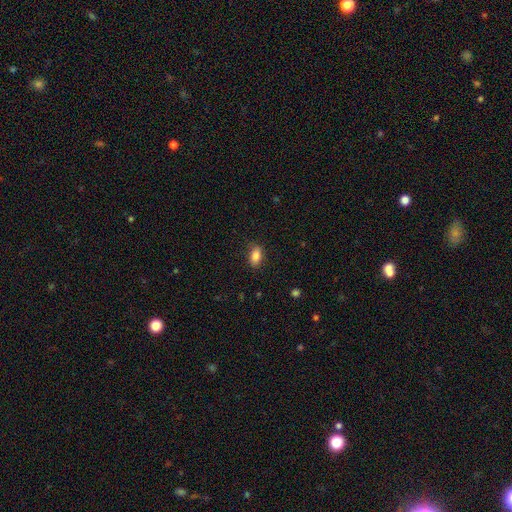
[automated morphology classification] A smooth galaxy with no disk features (86%) that is in between round and cigar-shaped (88%).

Vote fractions:
- Smooth or featured? smooth: 86% / star or artifact: 8% / featured or disk: 6%
- How rounded? in between: 88% / round: 8% / cigar-shaped: 4%
- Merging? none: 84% / minor disturbance: 12% / major disturbance: 3% / merger: 1%